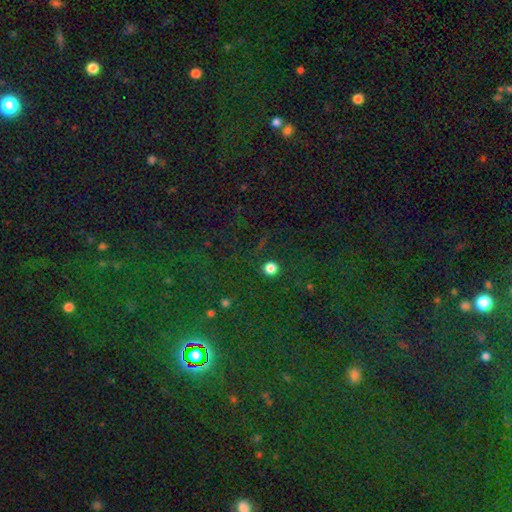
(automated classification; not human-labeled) Overall: star or artifact (78%).